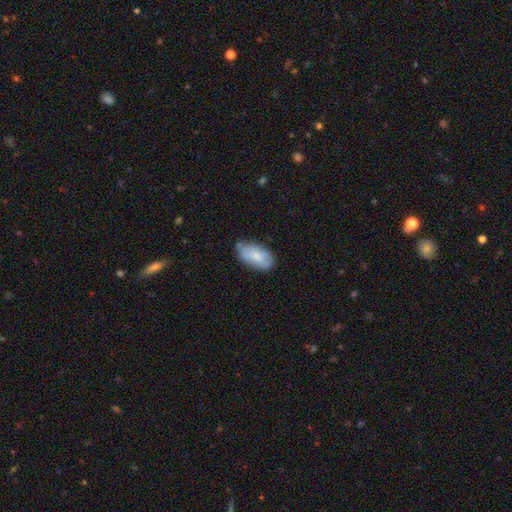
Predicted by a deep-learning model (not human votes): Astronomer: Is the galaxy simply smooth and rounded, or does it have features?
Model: smooth — 73%.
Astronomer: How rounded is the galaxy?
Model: in between — 94%.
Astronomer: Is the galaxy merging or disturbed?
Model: none — 68%.